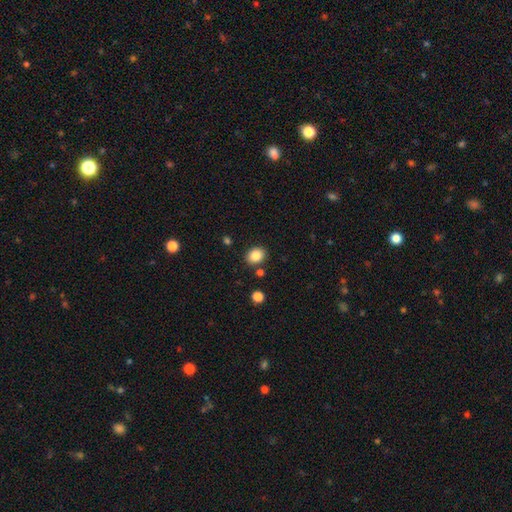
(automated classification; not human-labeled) smooth 86%, star or artifact 10%, featured or disk 5%. Down the decision tree: how rounded — round (51%); merging — none (84%).